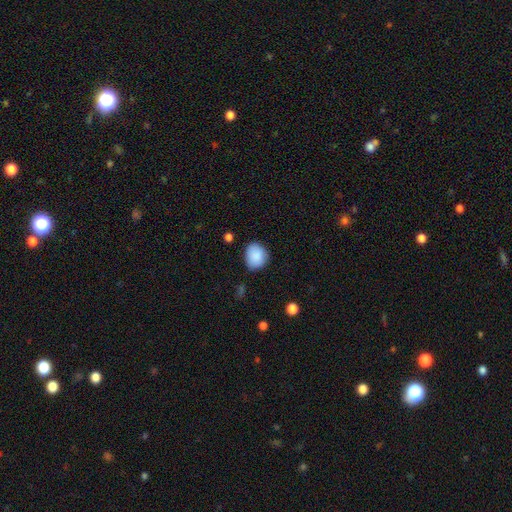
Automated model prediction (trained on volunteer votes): This is clearly a smooth galaxy (88%). How rounded: likely round (69%). Merging: likely none (77%).